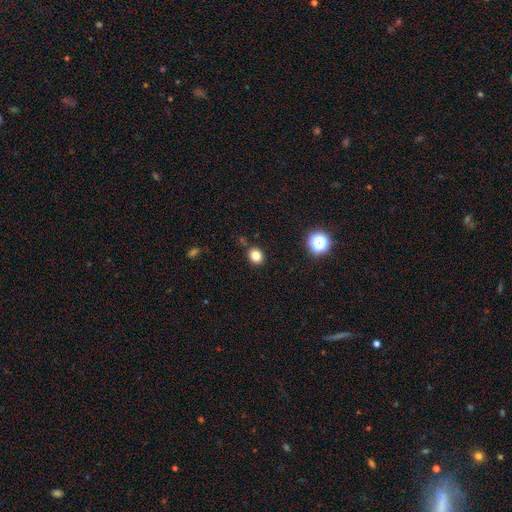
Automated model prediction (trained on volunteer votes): Smooth or featured? smooth (81%)
How rounded? round (70%)
Merging? none (84%)